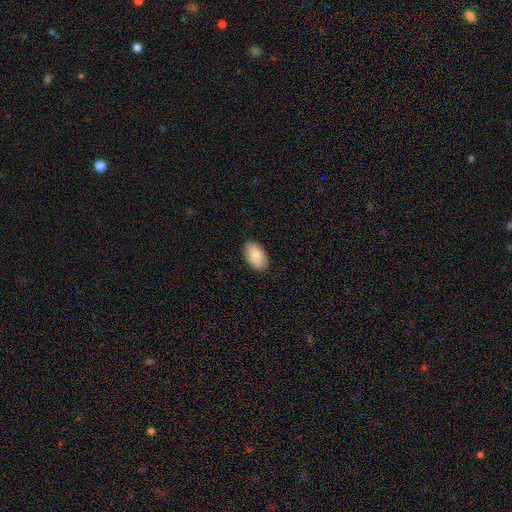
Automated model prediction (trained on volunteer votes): A smooth galaxy with no disk features (86%) that is in between round and cigar-shaped (95%).

Vote fractions:
- Smooth or featured? smooth: 86% / featured or disk: 8% / star or artifact: 6%
- How rounded? in between: 95% / round: 3% / cigar-shaped: 2%
- Merging? none: 88% / minor disturbance: 9% / major disturbance: 2% / merger: 1%